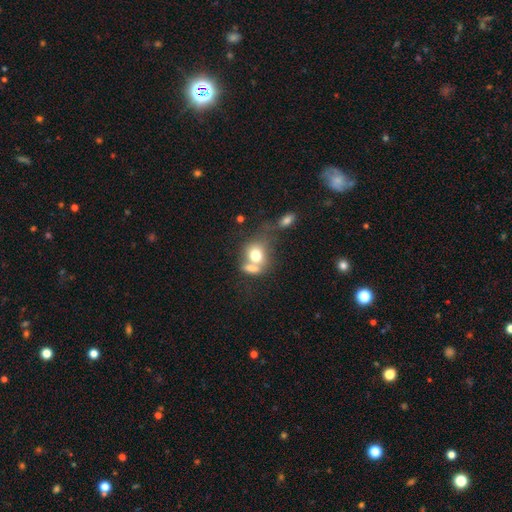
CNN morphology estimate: A smooth galaxy with no disk features (72%) that is round (53%). Merging: merger (55%).